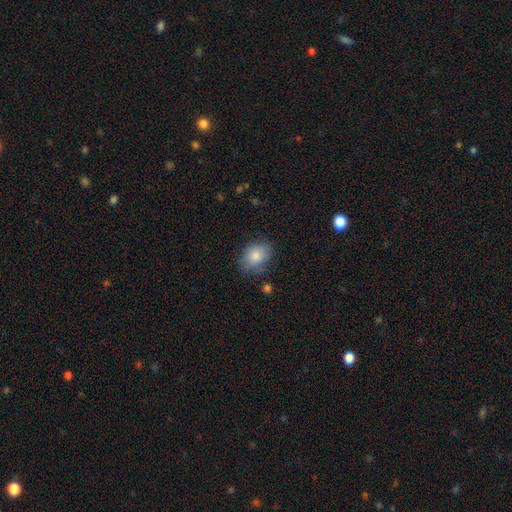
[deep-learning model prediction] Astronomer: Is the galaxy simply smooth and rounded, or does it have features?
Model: smooth — 84%.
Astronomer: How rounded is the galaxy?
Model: in between — 65%.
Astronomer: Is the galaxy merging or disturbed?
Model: none — 73%.